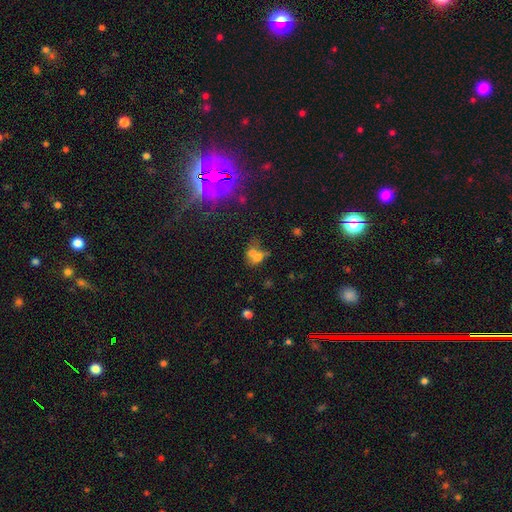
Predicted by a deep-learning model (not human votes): smooth 58%, featured or disk 21%, star or artifact 20%. Down the decision tree: how rounded — in between (53%); merging — merger (62%).